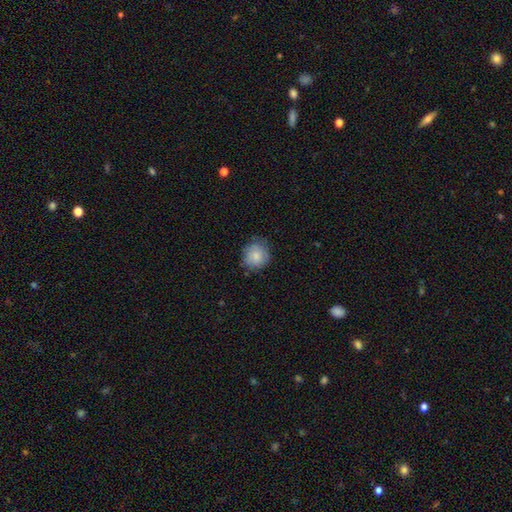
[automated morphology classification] smooth_or_featured: smooth (p=0.81) [alt: featured or disk p=0.12]
how_rounded: round (p=0.86) [alt: in between p=0.13]
merging: none (p=0.72) [alt: minor disturbance p=0.22]